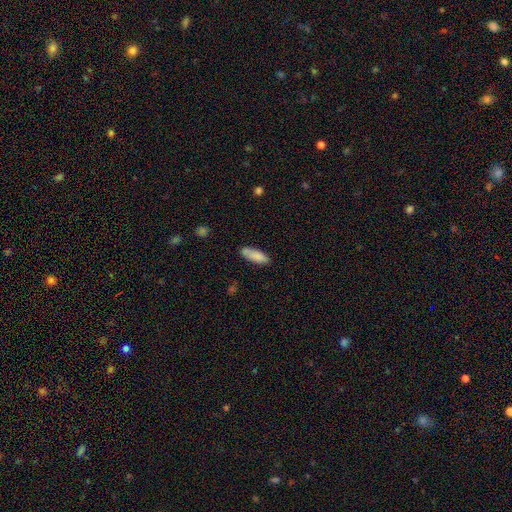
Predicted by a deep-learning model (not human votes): Smooth or featured? smooth (85%)
How rounded? in between (64%)
Merging? none (74%)